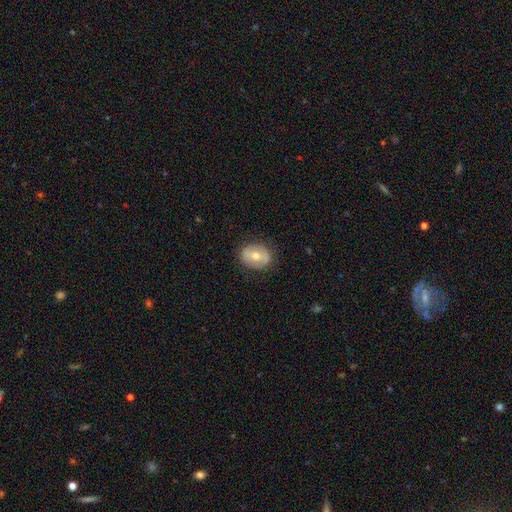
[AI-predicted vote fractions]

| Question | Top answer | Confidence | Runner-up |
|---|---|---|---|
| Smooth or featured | smooth | 49% | featured or disk (43%) |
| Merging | none | 84% | minor disturbance (12%) |